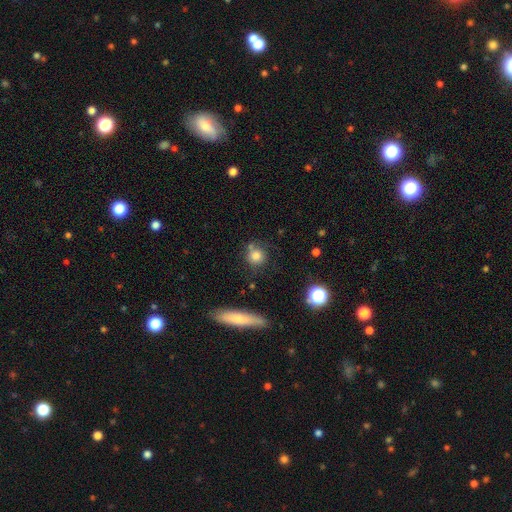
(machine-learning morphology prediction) type=smooth (78%); roundness=round (83%); merging=none (67%).